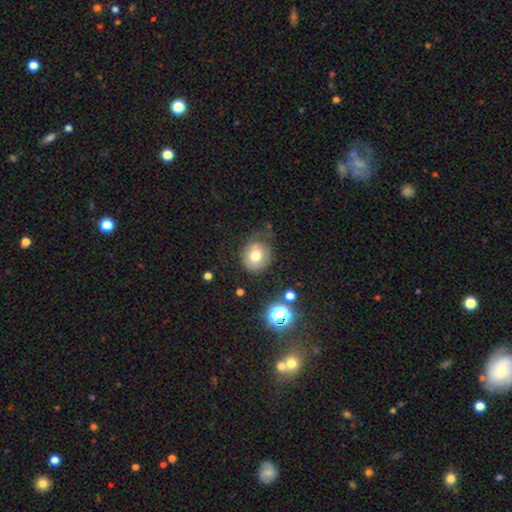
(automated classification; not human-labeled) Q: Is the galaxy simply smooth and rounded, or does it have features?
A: smooth — 73%.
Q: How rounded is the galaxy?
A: round — 79%.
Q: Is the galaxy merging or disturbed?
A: none — 58%.